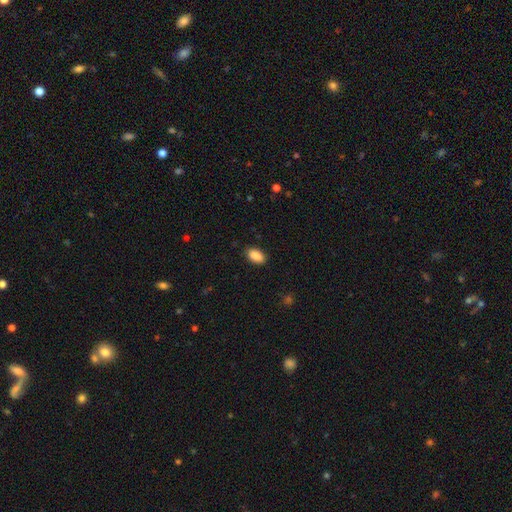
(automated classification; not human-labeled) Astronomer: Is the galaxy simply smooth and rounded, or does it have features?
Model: smooth — 90%.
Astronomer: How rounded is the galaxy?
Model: in between — 93%.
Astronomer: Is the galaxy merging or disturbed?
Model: none — 88%.